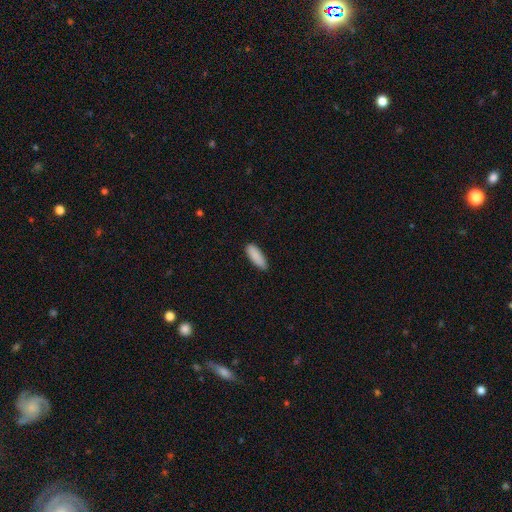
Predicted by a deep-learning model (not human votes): Smooth or featured? smooth (89%)
How rounded? in between (63%)
Merging? none (80%)